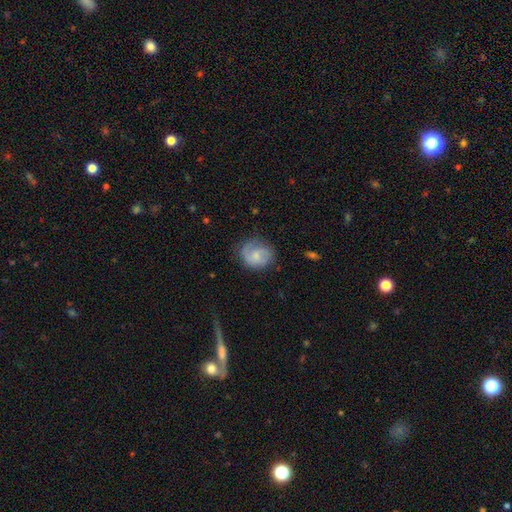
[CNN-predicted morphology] The model was most divided on "smooth or featured": smooth: 53%, featured or disk: 39%, star or artifact: 8%. More confident: how rounded — round (67%); merging — none (64%).